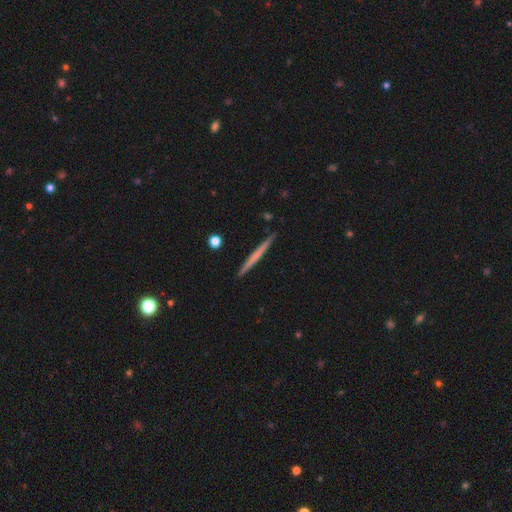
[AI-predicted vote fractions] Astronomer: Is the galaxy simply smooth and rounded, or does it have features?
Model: smooth — 50% (runner-up: featured or disk, 45%).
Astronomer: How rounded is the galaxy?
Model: cigar-shaped — 97%.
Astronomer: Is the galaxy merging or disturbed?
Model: none — 92%.